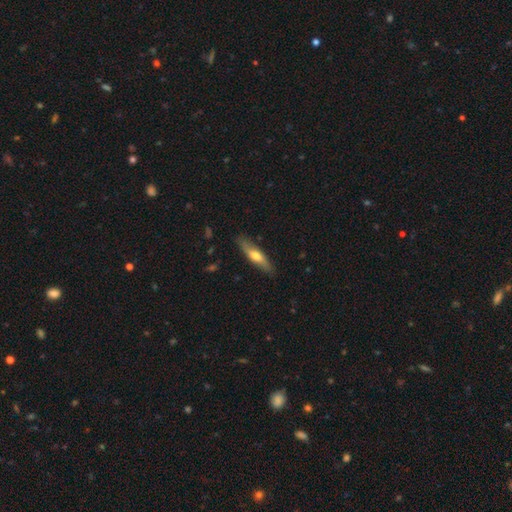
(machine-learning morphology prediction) This appears to be a smooth galaxy with no disk features (52%) that is cigar-shaped (73%). Merging: none (84%).